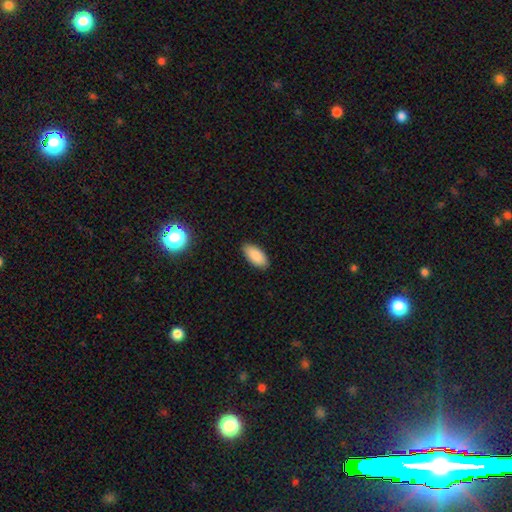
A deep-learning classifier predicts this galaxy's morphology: This appears to be a smooth galaxy with no disk features (89%) that is in between round and cigar-shaped (92%). Merging: none (88%).